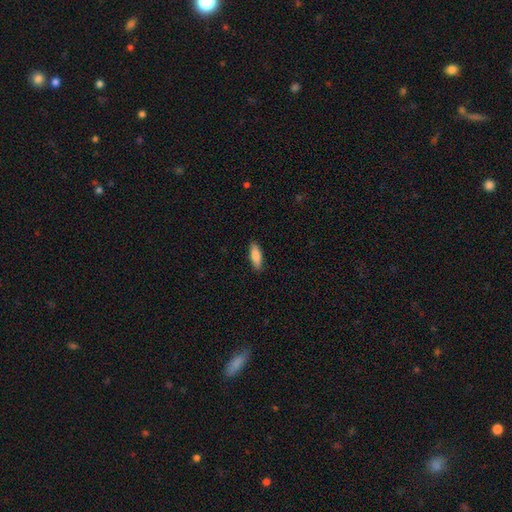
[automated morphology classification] A smooth galaxy with no disk features (81%) that is in between round and cigar-shaped (57%). Merging: none (89%).